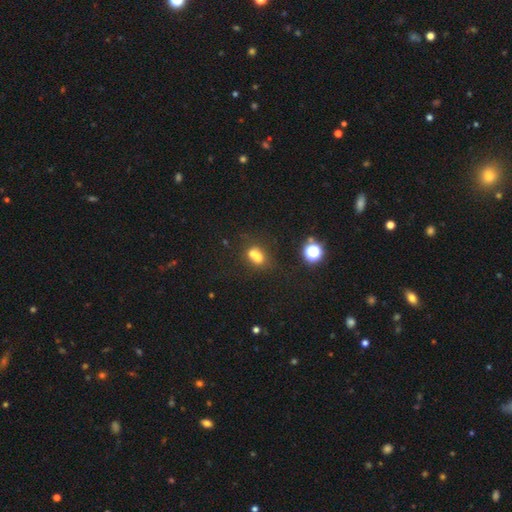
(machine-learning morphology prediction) Q: Smooth or featured?
A: smooth (64%); runner-up: star or artifact (19%)
Q: How rounded?
A: in between (57%); runner-up: round (39%)
Q: Merging?
A: merger (44%); runner-up: none (37%)